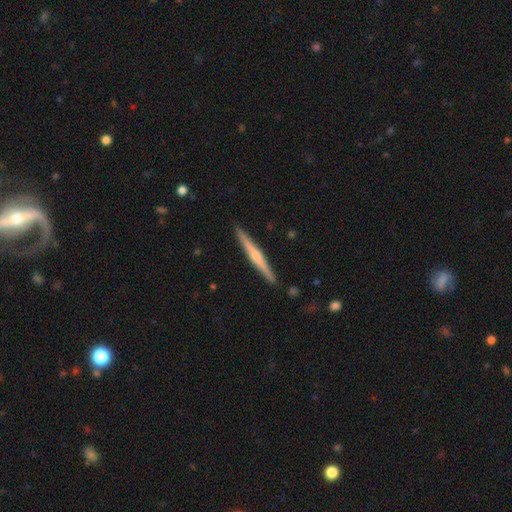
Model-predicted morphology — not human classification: type=featured or disk (65%); edge-on=yes (98%); edge-on bulge=rounded (69%); merging=none (91%).